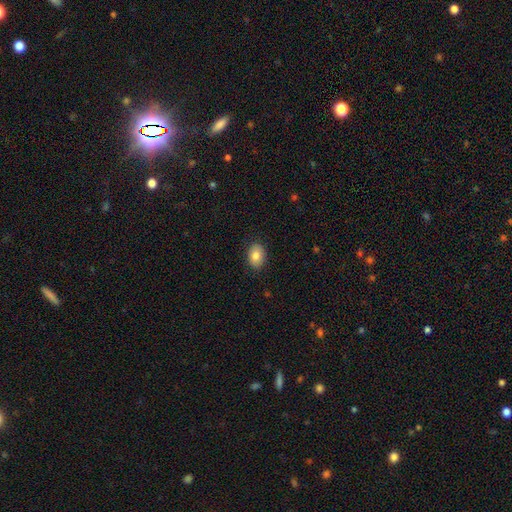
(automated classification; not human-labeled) Morphology: type=smooth (83%); roundness=in between (79%); merging=none (88%).